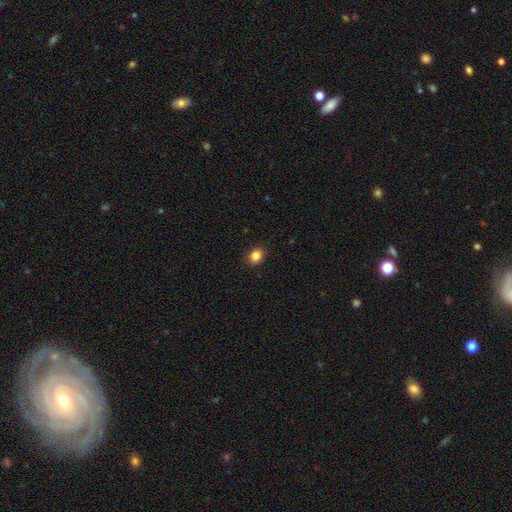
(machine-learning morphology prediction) Smooth or featured? smooth (85%)
How rounded? round (64%)
Merging? none (91%)